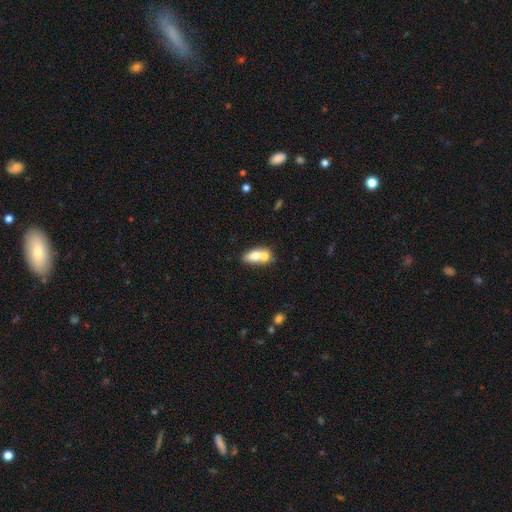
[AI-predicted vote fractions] A smooth galaxy with no disk features (67%) that is in between round and cigar-shaped (79%).

Vote fractions:
- Smooth or featured? smooth: 67% / featured or disk: 25% / star or artifact: 8%
- How rounded? in between: 79% / round: 11% / cigar-shaped: 10%
- Merging? merger: 59% / none: 27% / minor disturbance: 10% / major disturbance: 4%